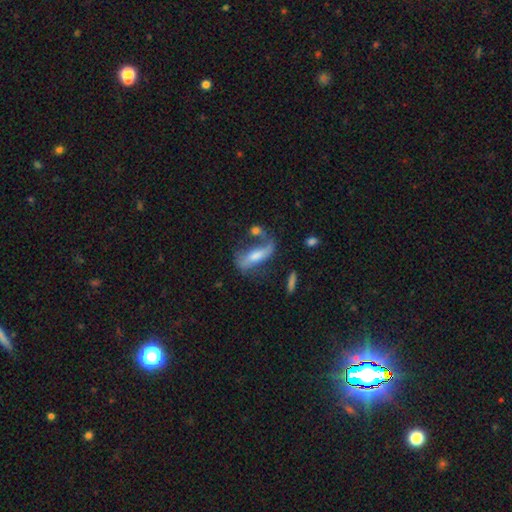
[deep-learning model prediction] Q: Smooth or featured?
A: featured or disk (57%); runner-up: smooth (34%)
Q: Edge-on disk?
A: no (77%); runner-up: yes (23%)
Q: Merging?
A: none (37%); runner-up: major disturbance (26%)